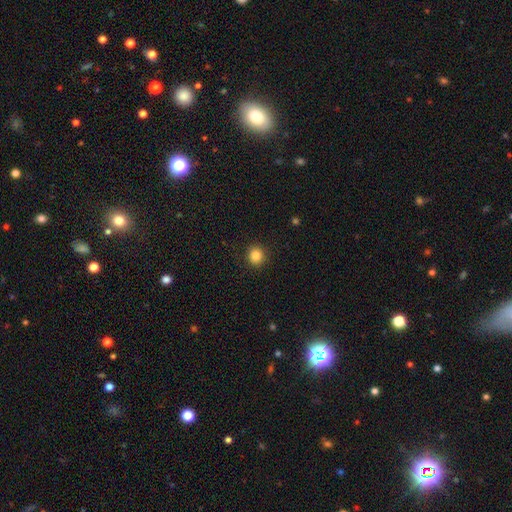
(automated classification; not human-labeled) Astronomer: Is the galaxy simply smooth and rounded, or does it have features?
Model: smooth — 85%.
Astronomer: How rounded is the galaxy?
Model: round — 87%.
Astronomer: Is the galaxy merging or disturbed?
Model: none — 91%.